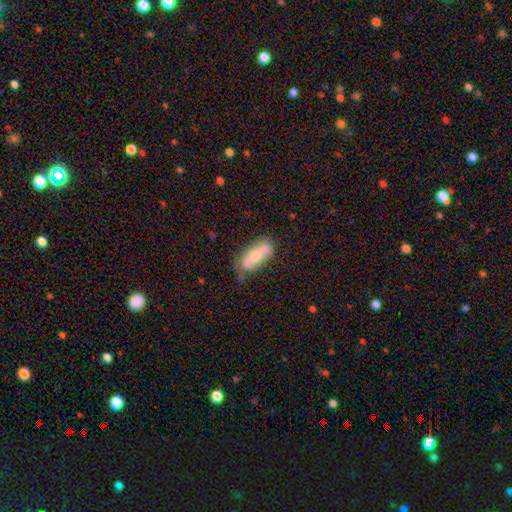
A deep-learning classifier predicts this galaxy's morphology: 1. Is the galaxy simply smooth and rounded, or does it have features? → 54% smooth, 40% featured or disk, 7% star or artifact.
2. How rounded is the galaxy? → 77% in between, 20% cigar-shaped, 3% round.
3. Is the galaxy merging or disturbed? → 59% none, 27% minor disturbance, 7% major disturbance, 7% merger.